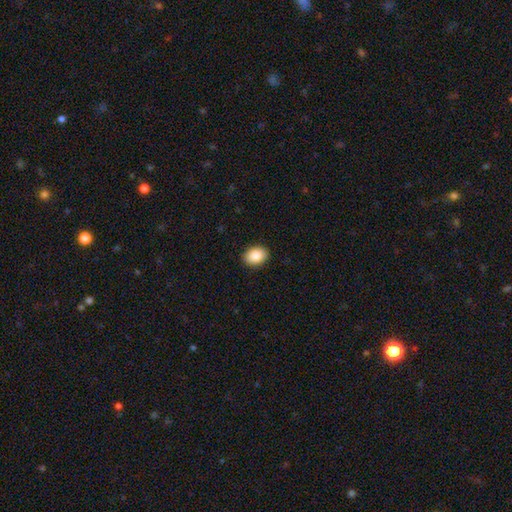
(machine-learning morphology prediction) This appears to be a smooth galaxy with no disk features (86%) that is in between round and cigar-shaped (64%). Merging: none (91%).